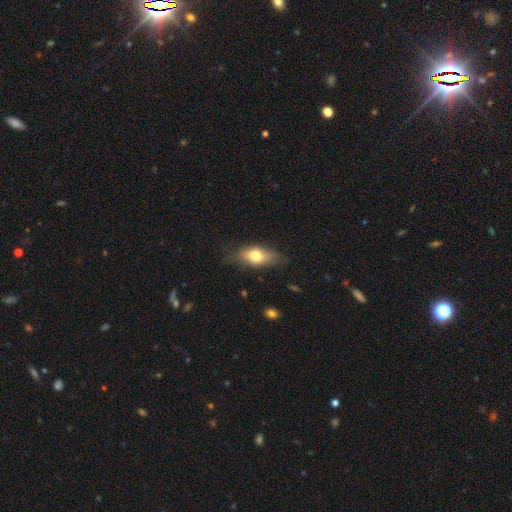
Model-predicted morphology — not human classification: The model was most divided on "smooth or featured": smooth: 66%, featured or disk: 26%, star or artifact: 8%. More confident: how rounded — in between (80%); merging — none (71%).